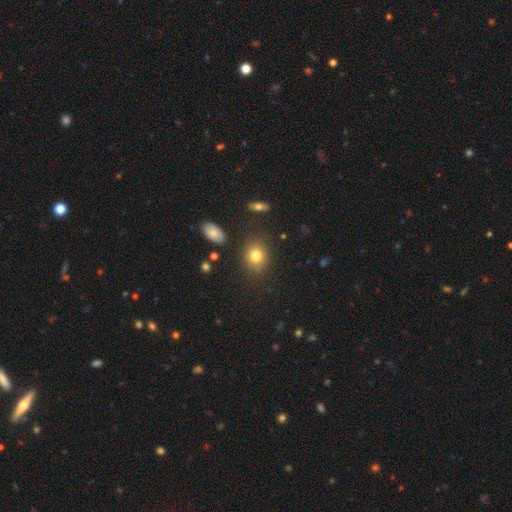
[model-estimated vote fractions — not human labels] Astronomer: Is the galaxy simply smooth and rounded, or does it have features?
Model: smooth — 82%.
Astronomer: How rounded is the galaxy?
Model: round — 68%.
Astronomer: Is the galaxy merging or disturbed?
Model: none — 80%.